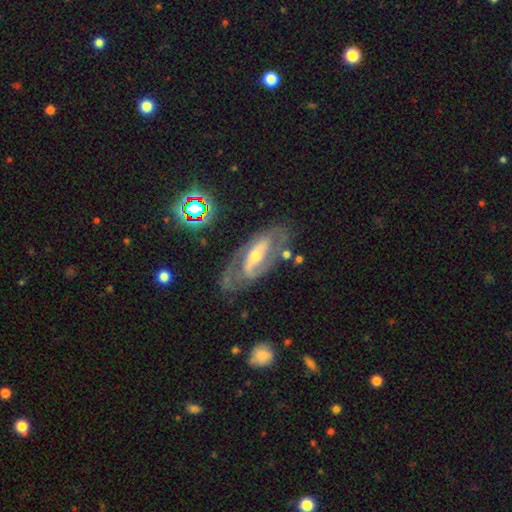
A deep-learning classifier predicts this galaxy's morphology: This is clearly a featured or disk galaxy (83%). It is clearly not viewed edge-on (90%). Bar: marginally strong (45%). Spiral arm pattern: clearly yes (85%). Spiral arm count: likely 2 (75%). Spiral winding: marginally medium (44%). Central bulge: possibly moderate (49%). Merging: likely none (68%).